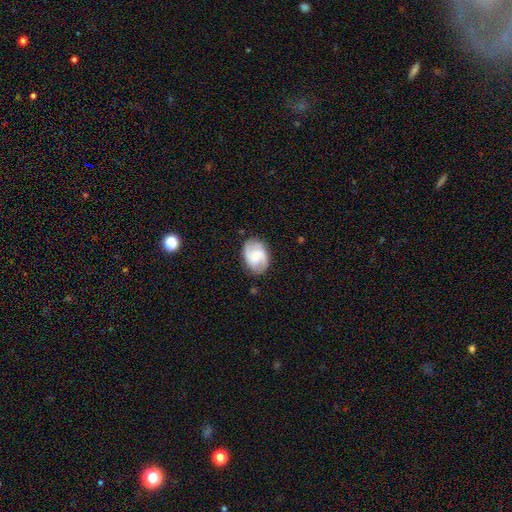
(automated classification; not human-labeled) Smooth or featured? Predicted: featured or disk (p=0.65). Edge-on disk? Predicted: no (p=0.97). Bar? Predicted: weak (p=0.45). Spiral arms? Predicted: yes (p=0.92). Spiral winding? Predicted: medium (p=0.47). Spiral arm count? Predicted: 2 (p=0.82). Bulge size? Predicted: small (p=0.47). Merging? Predicted: none (p=0.78).